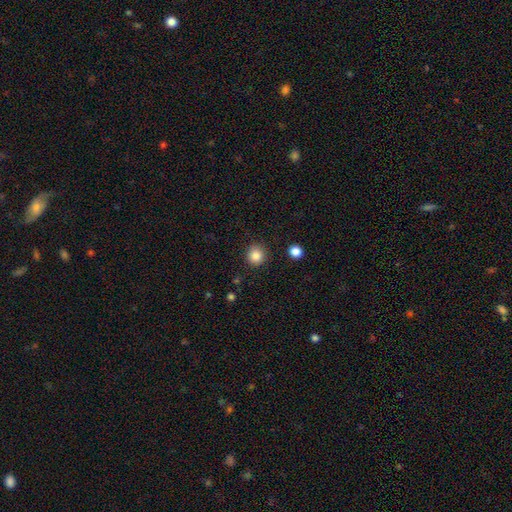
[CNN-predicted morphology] A smooth galaxy with no disk features (86%) that is round (91%). Merging: none (90%).